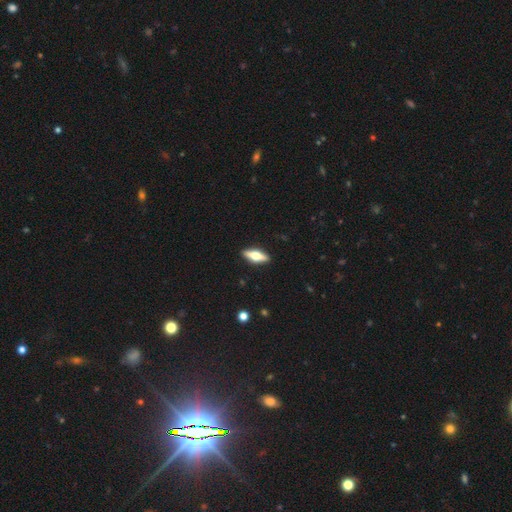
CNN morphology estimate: A featured or disk galaxy (56%) viewed edge-on (93%) with a rounded central bulge (95%).

Vote fractions:
- Smooth or featured? featured or disk: 56% / smooth: 38% / star or artifact: 6%
- Edge-on disk? yes: 93% / no: 7%
- Edge-on bulge? rounded: 95% / boxy: 4% / none: 1%
- Merging? none: 90% / minor disturbance: 7% / major disturbance: 2% / merger: 1%